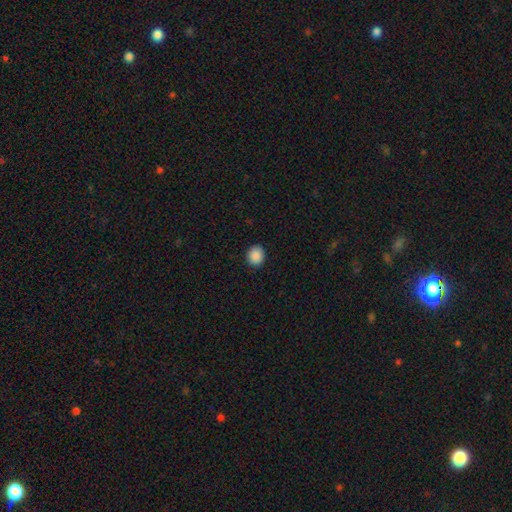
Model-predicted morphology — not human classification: type=smooth (89%); roundness=round (76%); merging=none (91%).